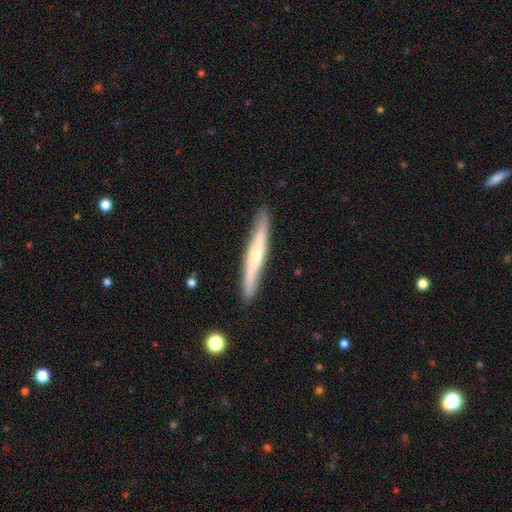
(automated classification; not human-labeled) Q: Smooth or featured?
A: featured or disk (56%); runner-up: smooth (39%)
Q: Edge-on disk?
A: yes (92%); runner-up: no (8%)
Q: Edge-on bulge?
A: rounded (63%); runner-up: none (31%)
Q: Merging?
A: none (88%); runner-up: minor disturbance (9%)